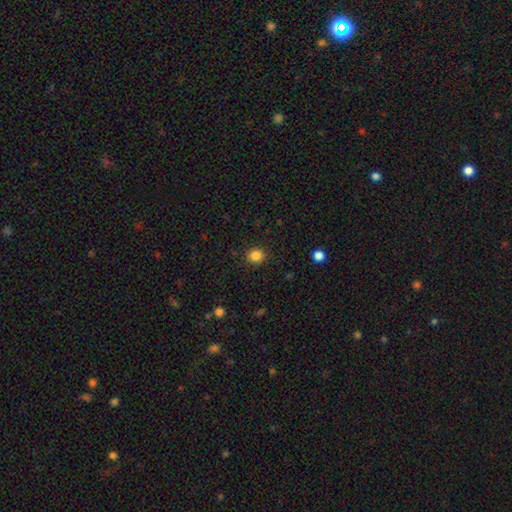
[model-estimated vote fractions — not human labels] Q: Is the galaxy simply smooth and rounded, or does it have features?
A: smooth — 85%.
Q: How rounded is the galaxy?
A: round — 85%.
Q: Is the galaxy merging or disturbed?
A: none — 90%.